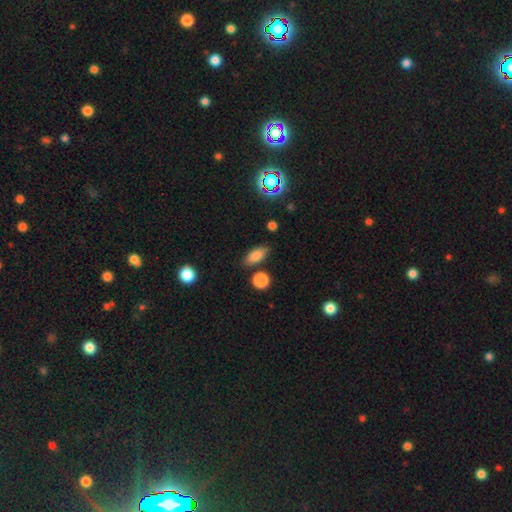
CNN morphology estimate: This is clearly a smooth galaxy (80%). How rounded: likely in between (78%). Merging: clearly none (81%).